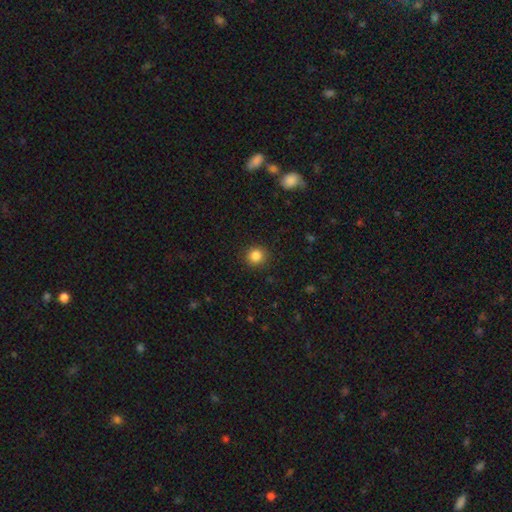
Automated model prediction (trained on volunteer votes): Smooth or featured? smooth (85%)
How rounded? round (91%)
Merging? none (90%)